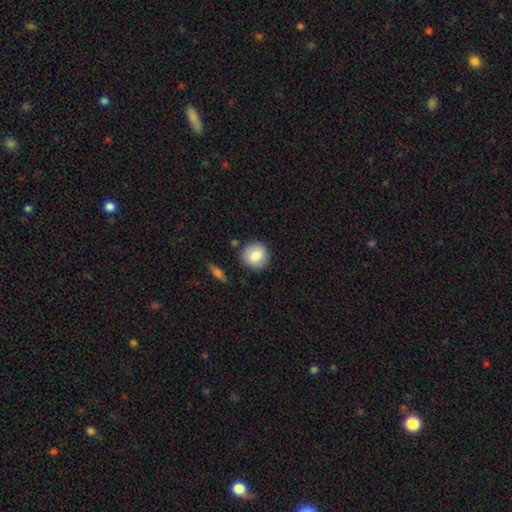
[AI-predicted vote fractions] Q: Smooth or featured?
A: smooth (82%); runner-up: featured or disk (11%)
Q: How rounded?
A: round (91%); runner-up: in between (8%)
Q: Merging?
A: none (85%); runner-up: minor disturbance (10%)